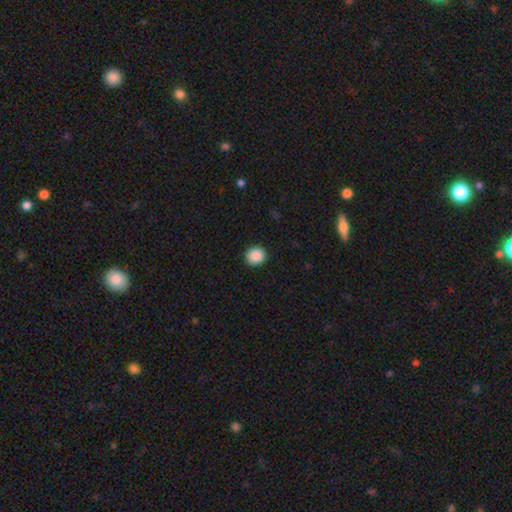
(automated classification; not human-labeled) Q: Smooth or featured?
A: smooth (89%); runner-up: star or artifact (8%)
Q: How rounded?
A: round (86%); runner-up: in between (13%)
Q: Merging?
A: none (92%); runner-up: minor disturbance (6%)